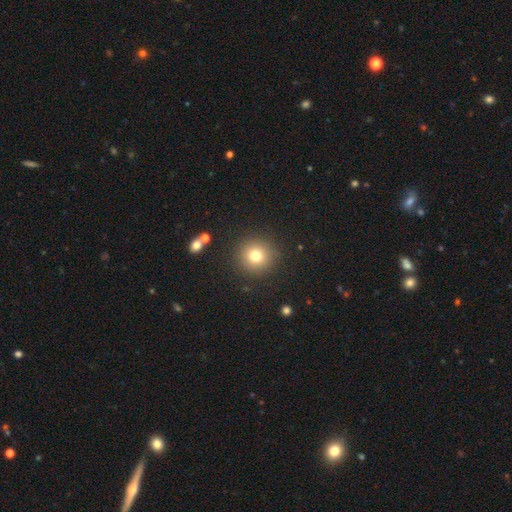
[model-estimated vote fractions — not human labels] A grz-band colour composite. It shows a smooth galaxy with no disk features (76%) that is round (94%). Merging: none (89%).